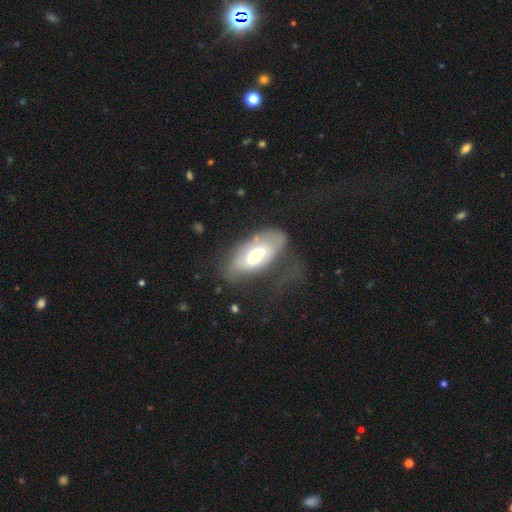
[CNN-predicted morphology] Smooth or featured?
  - smooth: 48% *
  - featured or disk: 45%
  - star or artifact: 7%
Merging?
  - none: 33% *
  - major disturbance: 32%
  - minor disturbance: 27%
  - merger: 8%